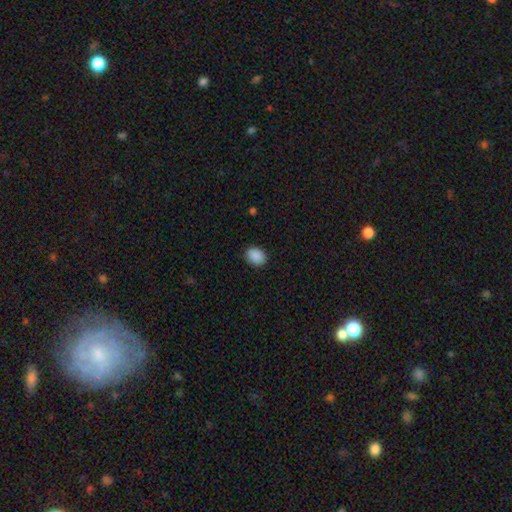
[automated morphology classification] This is clearly a smooth galaxy (90%). How rounded: likely in between (65%). Merging: clearly none (88%).